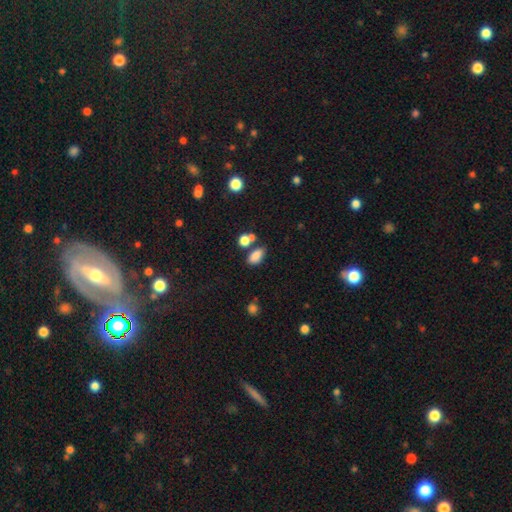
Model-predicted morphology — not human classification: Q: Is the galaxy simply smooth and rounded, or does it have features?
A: smooth — 83%.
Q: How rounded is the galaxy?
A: in between — 87%.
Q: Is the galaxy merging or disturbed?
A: none — 60%.